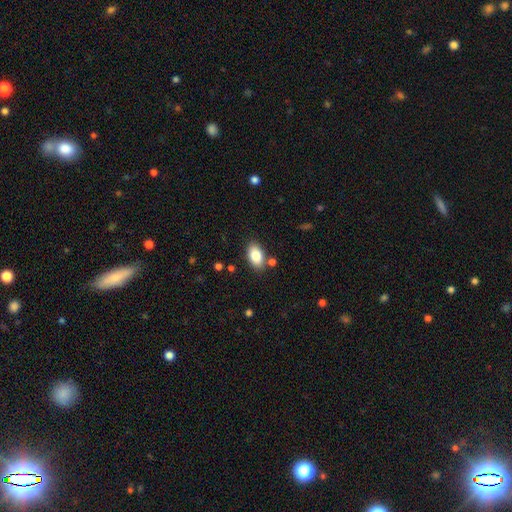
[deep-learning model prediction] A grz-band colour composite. It shows a smooth galaxy with no disk features (84%) that is in between round and cigar-shaped (92%). Merging: none (82%).